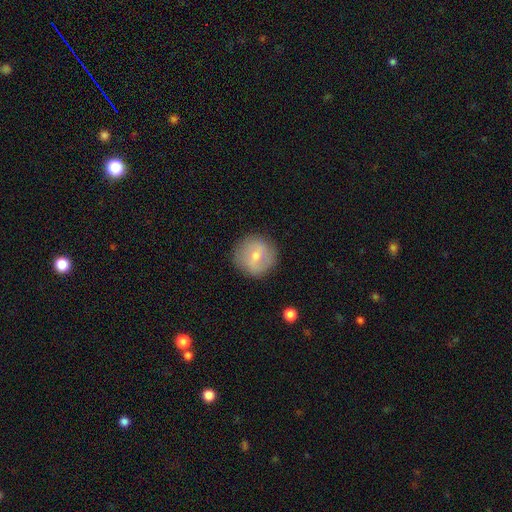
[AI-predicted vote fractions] Smooth or featured: smooth — 58% (featured or disk — 34%)
How rounded: round — 94% (in between — 5%)
Merging: none — 85% (minor disturbance — 11%)